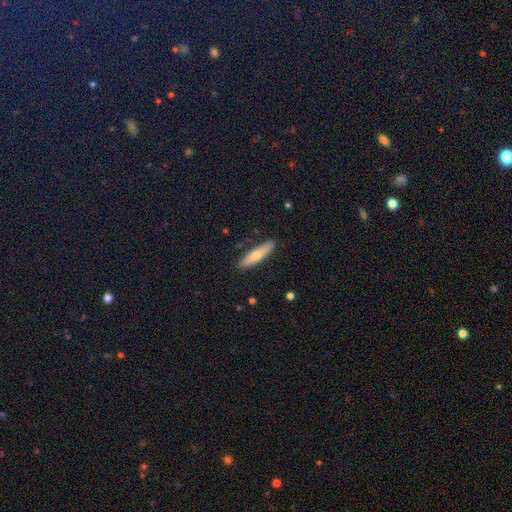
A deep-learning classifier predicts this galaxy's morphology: Q: Smooth or featured?
A: smooth (61%); runner-up: featured or disk (33%)
Q: How rounded?
A: cigar-shaped (77%); runner-up: in between (21%)
Q: Merging?
A: none (86%); runner-up: minor disturbance (10%)